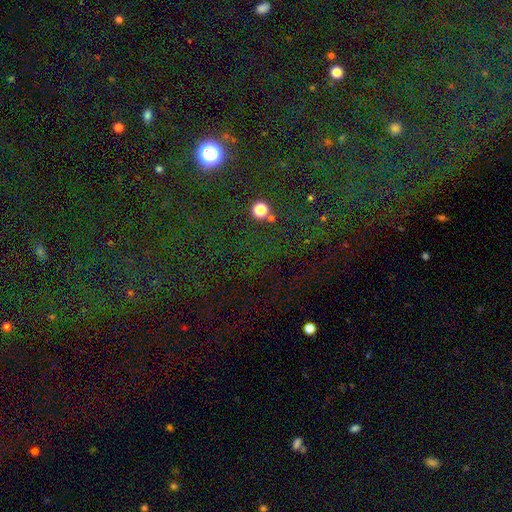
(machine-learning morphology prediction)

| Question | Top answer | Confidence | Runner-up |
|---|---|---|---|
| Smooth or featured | star or artifact | 75% | smooth (15%) |